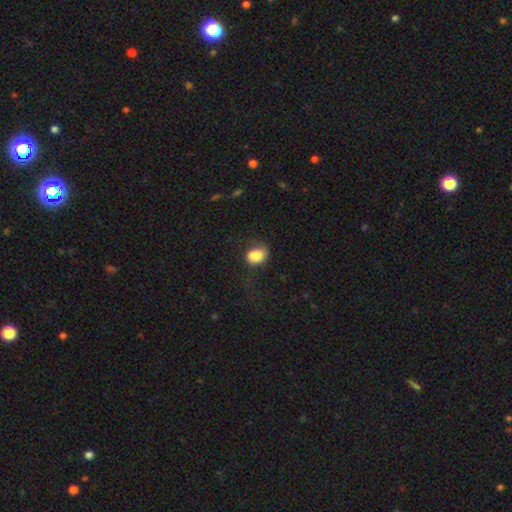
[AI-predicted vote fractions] Morphology: type=smooth (83%); roundness=in between (58%); merging=none (52%).